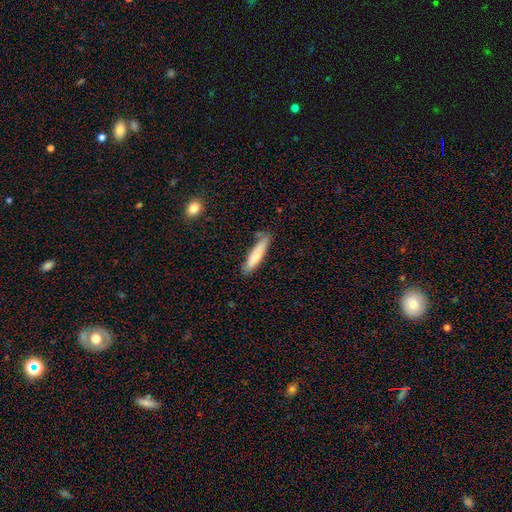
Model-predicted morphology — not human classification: Q: Smooth or featured?
A: smooth (80%); runner-up: featured or disk (15%)
Q: How rounded?
A: cigar-shaped (81%); runner-up: in between (17%)
Q: Merging?
A: none (72%); runner-up: minor disturbance (20%)